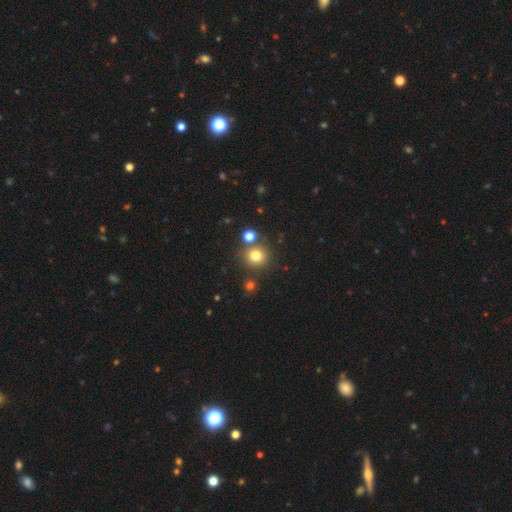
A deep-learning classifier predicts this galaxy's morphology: The model was most divided on "smooth or featured": smooth: 77%, star or artifact: 15%, featured or disk: 8%. More confident: how rounded — round (90%); merging — none (76%).